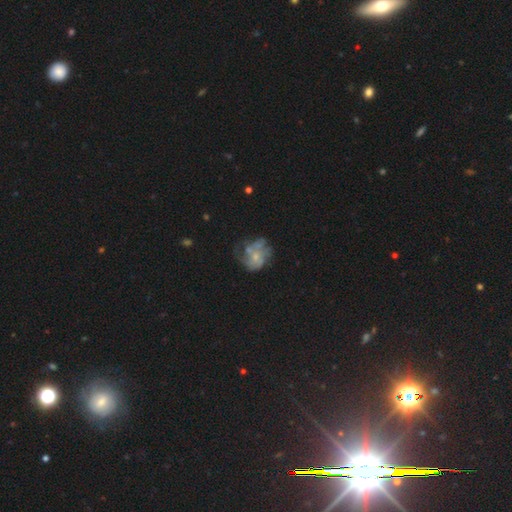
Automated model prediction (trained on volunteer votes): featured or disk 62%, smooth 28%, star or artifact 10%. Down the decision tree: edge-on disk — no (98%); bar — no (84%); spiral arms — no (55%); bulge size — small (57%); merging — none (36%).